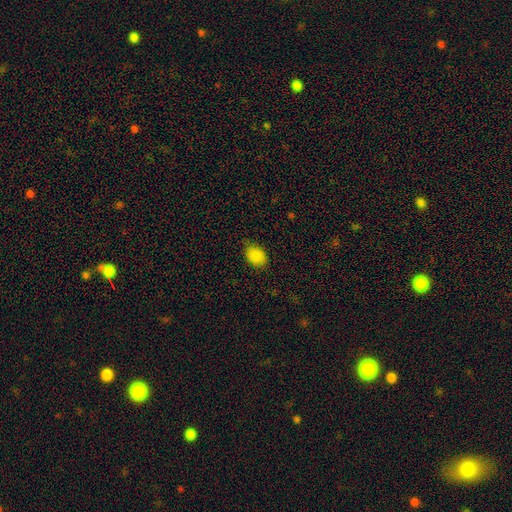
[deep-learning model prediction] smooth 87%, star or artifact 9%, featured or disk 4%. Down the decision tree: how rounded — in between (74%); merging — none (73%).